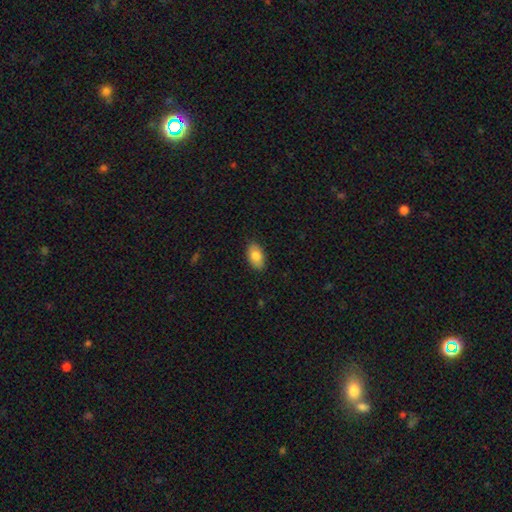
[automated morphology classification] type=smooth (83%); roundness=in between (93%); merging=none (87%).